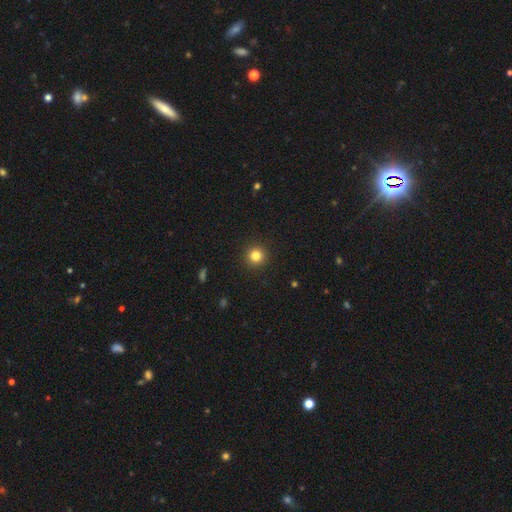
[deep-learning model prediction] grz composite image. It shows a smooth galaxy with no disk features (82%) that is round (95%). Merging: none (93%).